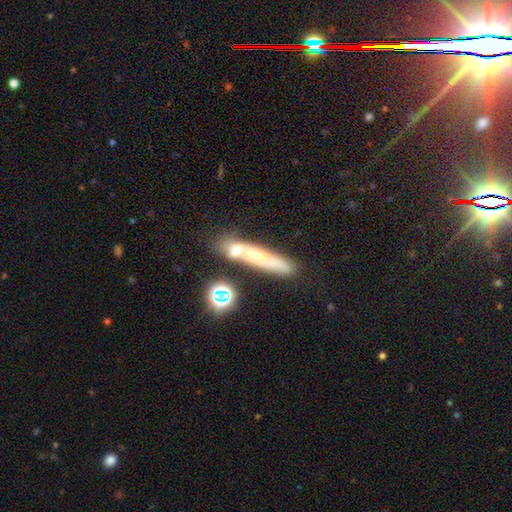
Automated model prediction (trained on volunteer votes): smooth 44%, featured or disk 38%, star or artifact 17%. Down the decision tree: merging — none (57%).